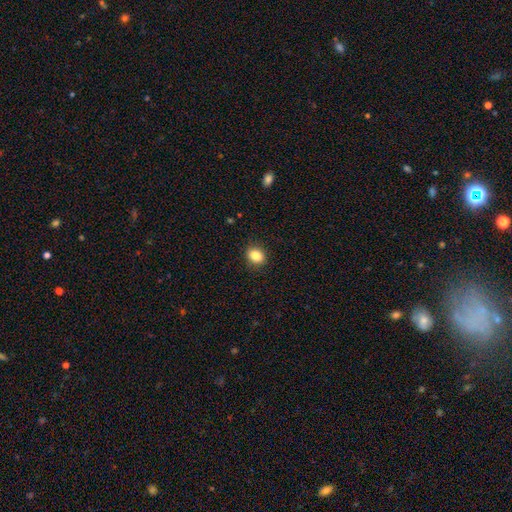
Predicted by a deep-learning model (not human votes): This appears to be a smooth galaxy with no disk features (86%) that is round (50%). Merging: none (89%).